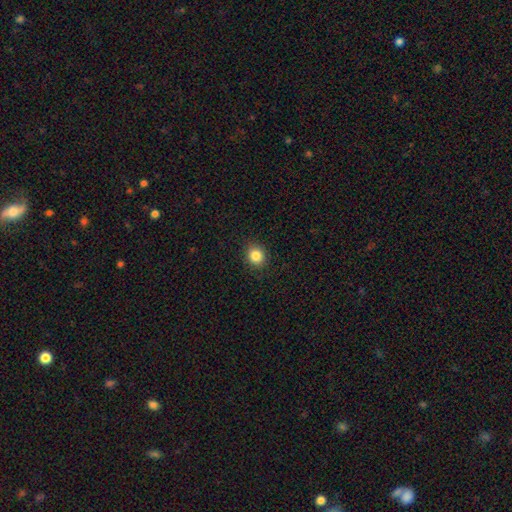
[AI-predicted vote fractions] Smooth or featured? smooth (85%)
How rounded? round (81%)
Merging? none (91%)